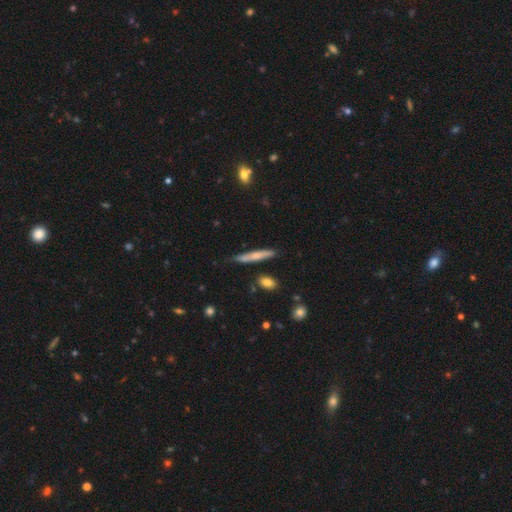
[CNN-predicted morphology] Smooth or featured: smooth — 56% (featured or disk — 37%)
How rounded: cigar-shaped — 92% (in between — 6%)
Merging: none — 77% (minor disturbance — 17%)